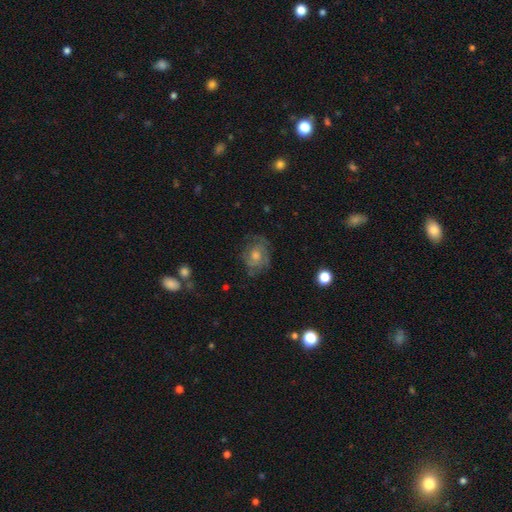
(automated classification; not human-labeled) featured or disk 56%, smooth 30%, star or artifact 14%. Down the decision tree: edge-on disk — no (96%); bar — no (75%); spiral arms — yes (74%); bulge size — moderate (62%); merging — none (71%).